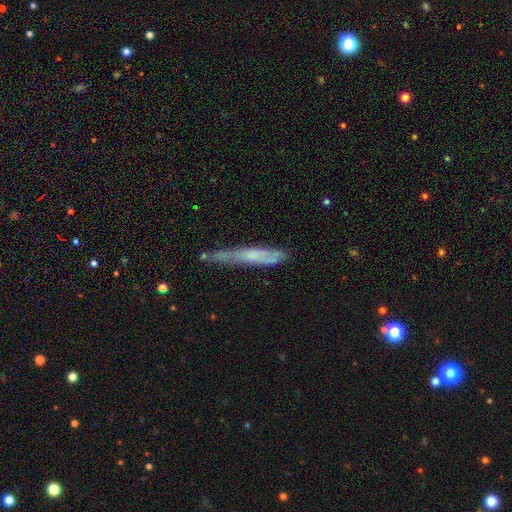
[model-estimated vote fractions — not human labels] featured or disk 47%, smooth 45%, star or artifact 8%. Down the decision tree: merging — none (50%).